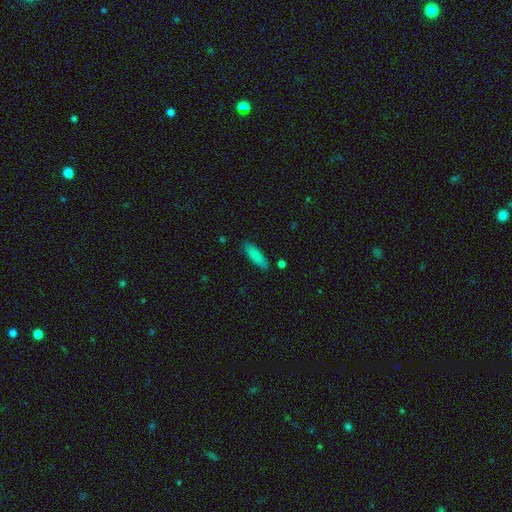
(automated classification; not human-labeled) Q: Smooth or featured?
A: smooth (83%); runner-up: featured or disk (10%)
Q: How rounded?
A: cigar-shaped (51%); runner-up: in between (48%)
Q: Merging?
A: none (85%); runner-up: minor disturbance (11%)